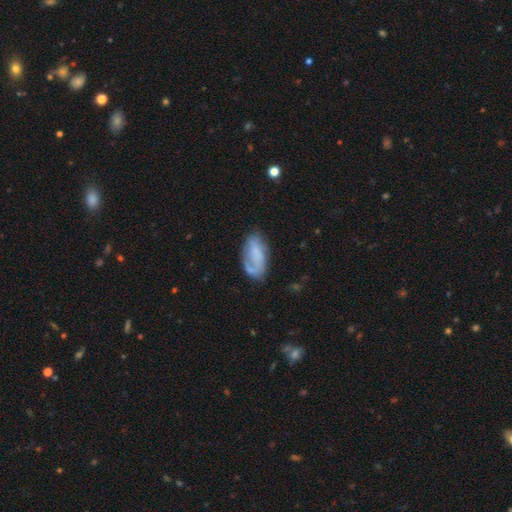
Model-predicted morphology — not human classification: Smooth or featured?
  - featured or disk: 50% *
  - smooth: 42%
  - star or artifact: 8%
Merging?
  - none: 55% *
  - minor disturbance: 26%
  - major disturbance: 15%
  - merger: 4%